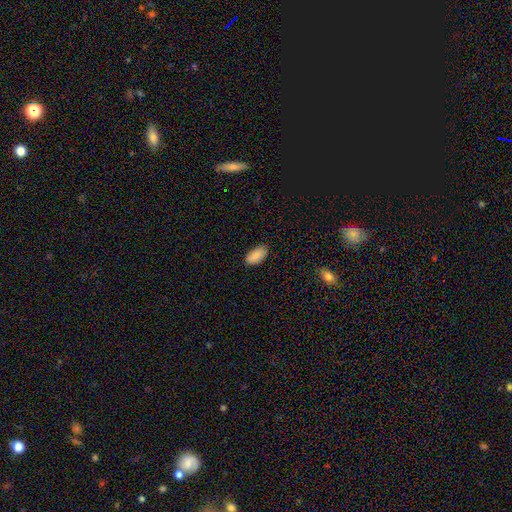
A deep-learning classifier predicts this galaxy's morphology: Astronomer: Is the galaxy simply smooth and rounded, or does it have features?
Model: smooth — 88%.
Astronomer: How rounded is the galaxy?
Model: in between — 94%.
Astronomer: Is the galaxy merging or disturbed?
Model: none — 83%.